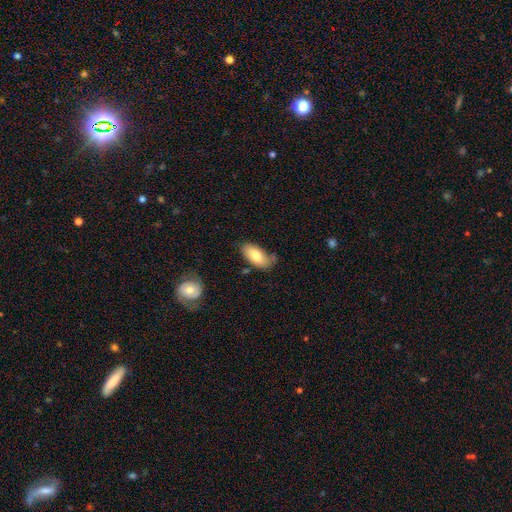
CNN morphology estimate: A smooth galaxy with no disk features (79%) that is in between round and cigar-shaped (92%).

Vote fractions:
- Smooth or featured? smooth: 79% / featured or disk: 14% / star or artifact: 7%
- How rounded? in between: 92% / cigar-shaped: 5% / round: 2%
- Merging? none: 64% / minor disturbance: 24% / merger: 6% / major disturbance: 6%